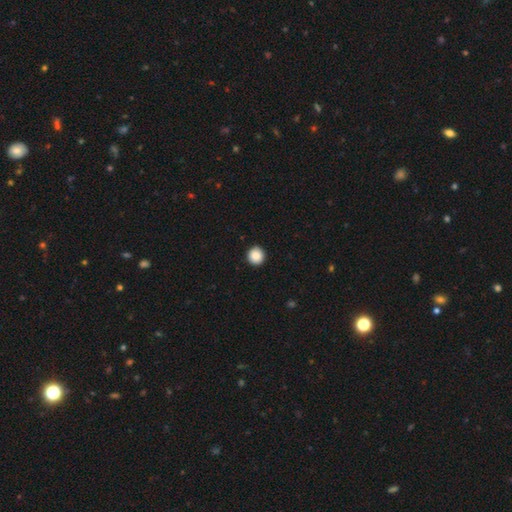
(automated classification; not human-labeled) A smooth galaxy with no disk features (88%) that is round (94%).

Vote fractions:
- Smooth or featured? smooth: 88% / star or artifact: 9% / featured or disk: 3%
- How rounded? round: 94% / in between: 5% / cigar-shaped: 1%
- Merging? none: 93% / minor disturbance: 5% / major disturbance: 1% / merger: 1%